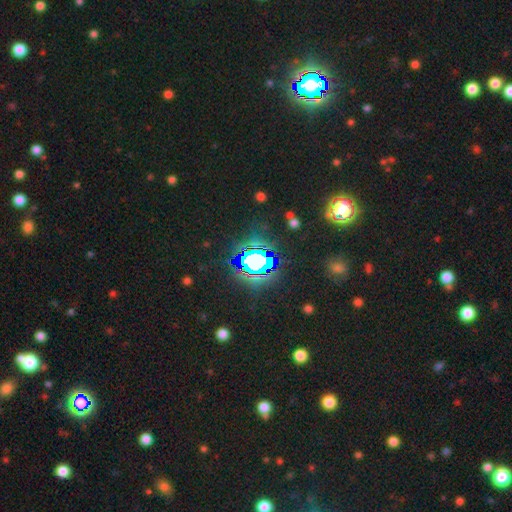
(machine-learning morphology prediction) type=star or artifact (74%).